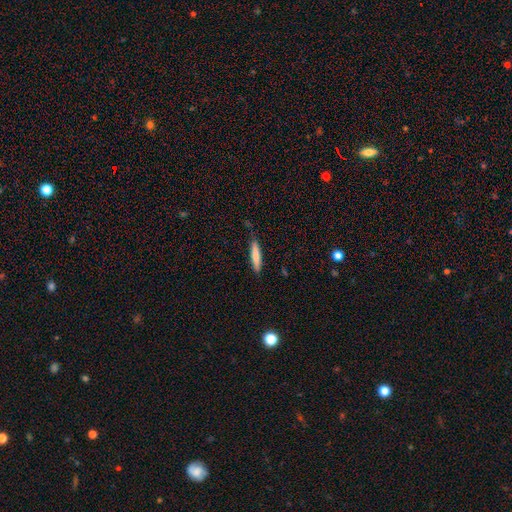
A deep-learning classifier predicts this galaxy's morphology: Q: Smooth or featured?
A: smooth (73%); runner-up: featured or disk (21%)
Q: How rounded?
A: cigar-shaped (88%); runner-up: in between (11%)
Q: Merging?
A: none (85%); runner-up: minor disturbance (11%)